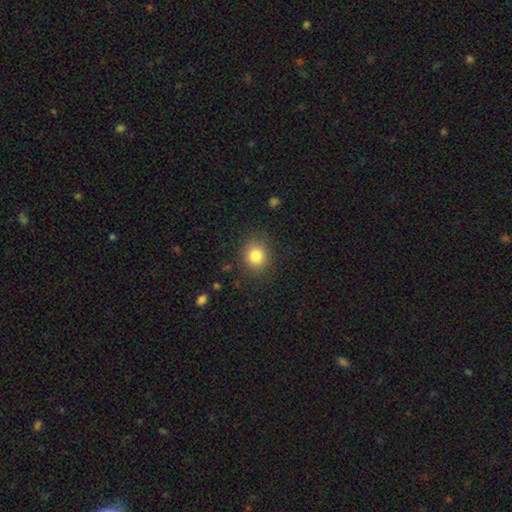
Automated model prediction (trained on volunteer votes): Q: Smooth or featured?
A: smooth (83%); runner-up: star or artifact (10%)
Q: How rounded?
A: round (75%); runner-up: in between (24%)
Q: Merging?
A: none (85%); runner-up: minor disturbance (10%)